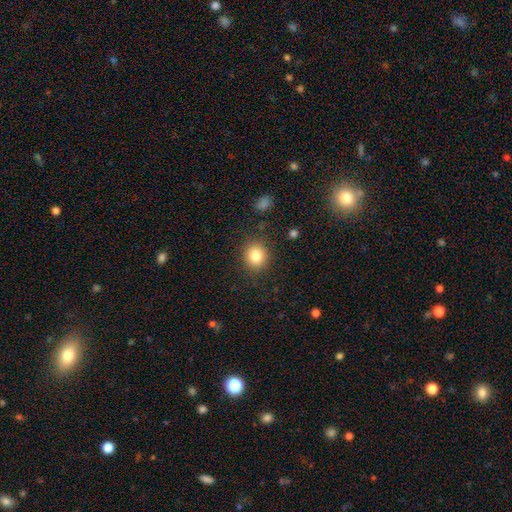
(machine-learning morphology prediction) smooth 83%, star or artifact 11%, featured or disk 7%. Down the decision tree: how rounded — round (81%); merging — none (87%).